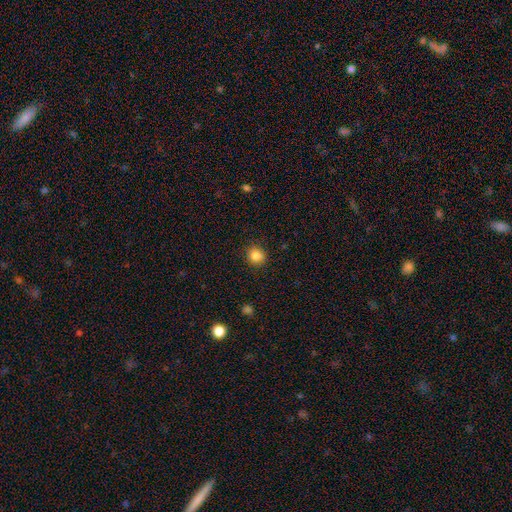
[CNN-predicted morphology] Q: Smooth or featured?
A: smooth (85%); runner-up: star or artifact (11%)
Q: How rounded?
A: round (85%); runner-up: in between (14%)
Q: Merging?
A: none (89%); runner-up: minor disturbance (8%)